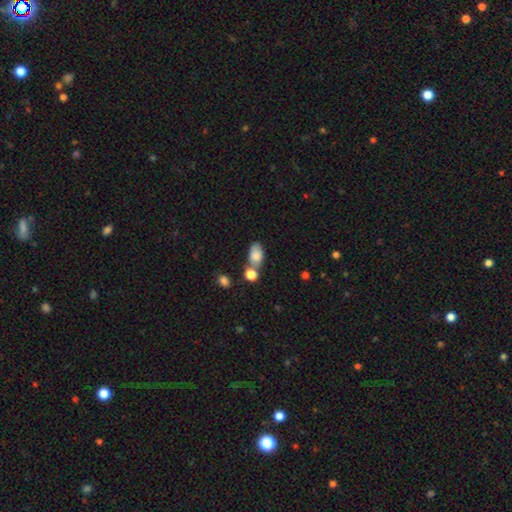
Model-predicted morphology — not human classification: Smooth or featured?
  - smooth: 80% *
  - featured or disk: 12%
  - star or artifact: 9%
How rounded?
  - in between: 87% *
  - round: 10%
  - cigar-shaped: 3%
Merging?
  - none: 46% *
  - merger: 31%
  - minor disturbance: 17%
  - major disturbance: 6%